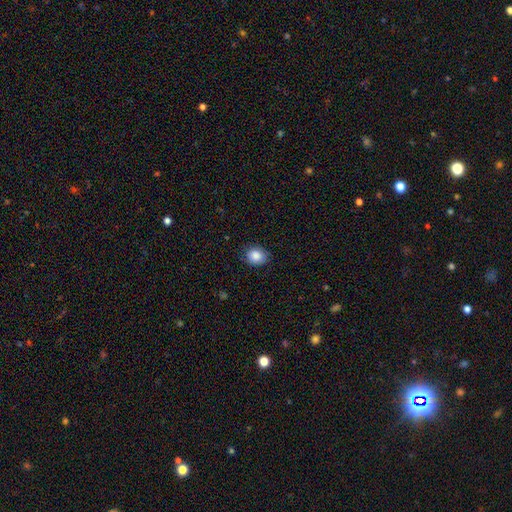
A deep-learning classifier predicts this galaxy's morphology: smooth_or_featured: smooth (p=0.86) [alt: star or artifact p=0.08]
how_rounded: round (p=0.59) [alt: in between p=0.40]
merging: none (p=0.82) [alt: minor disturbance p=0.14]